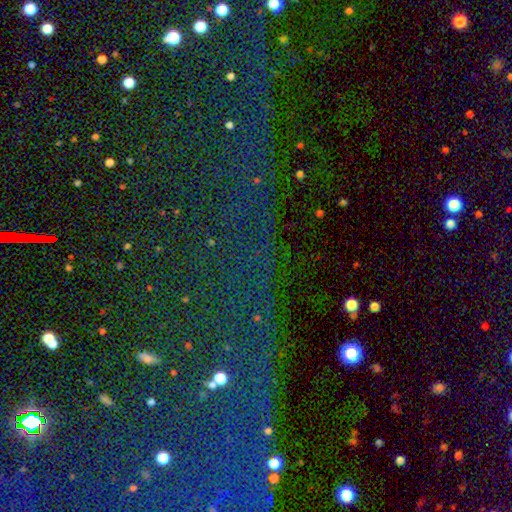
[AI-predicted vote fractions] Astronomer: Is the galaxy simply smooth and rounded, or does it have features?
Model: star or artifact — 81%.